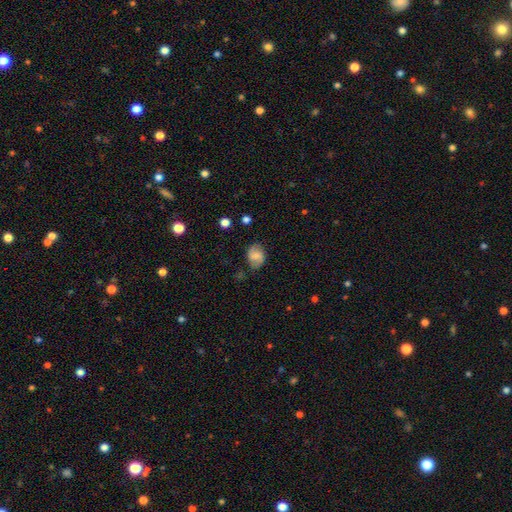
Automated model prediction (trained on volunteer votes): Overall: smooth (56%; featured or disk 34%). How rounded: in between (57%; round 42%). Merging: none (72%).